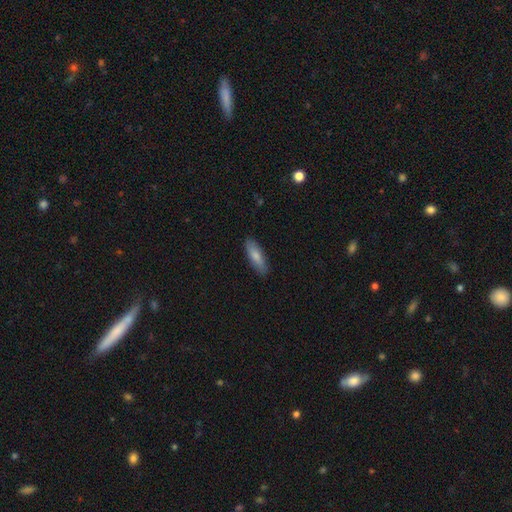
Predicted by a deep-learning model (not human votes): Smooth or featured?
  - smooth: 78% *
  - featured or disk: 16%
  - star or artifact: 6%
How rounded?
  - cigar-shaped: 50% *
  - in between: 48%
  - round: 2%
Merging?
  - none: 88% *
  - minor disturbance: 9%
  - major disturbance: 2%
  - merger: 1%